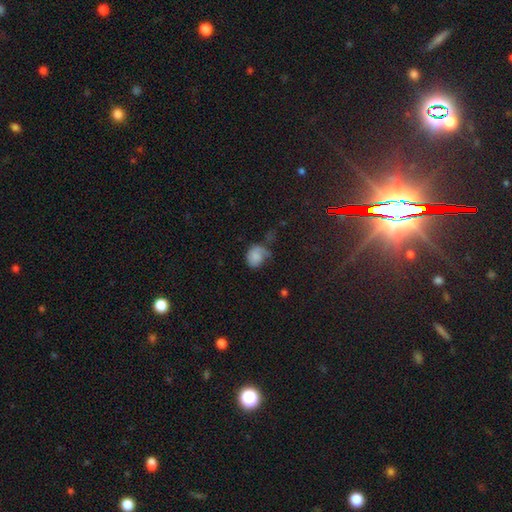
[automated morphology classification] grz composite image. It shows a smooth galaxy with no disk features (69%) that is round (50%). Merging: major disturbance (32%, tied with none).